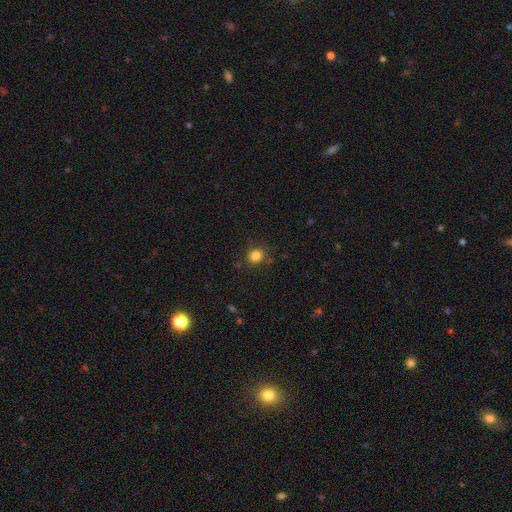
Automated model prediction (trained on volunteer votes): Smooth or featured? Predicted: smooth (p=0.83). How rounded? Predicted: round (p=0.72). Merging? Predicted: none (p=0.84).